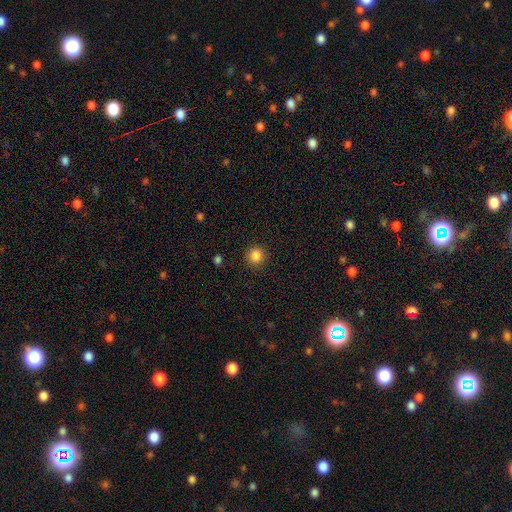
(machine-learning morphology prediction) type=smooth (86%); roundness=round (93%); merging=none (91%).